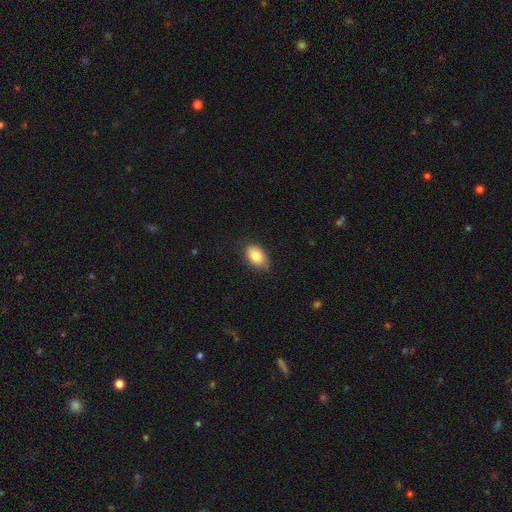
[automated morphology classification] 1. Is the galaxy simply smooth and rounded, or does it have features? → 84% smooth, 9% featured or disk, 7% star or artifact.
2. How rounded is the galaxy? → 90% in between, 9% round, 1% cigar-shaped.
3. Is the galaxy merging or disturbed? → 78% none, 18% minor disturbance, 3% major disturbance, 1% merger.